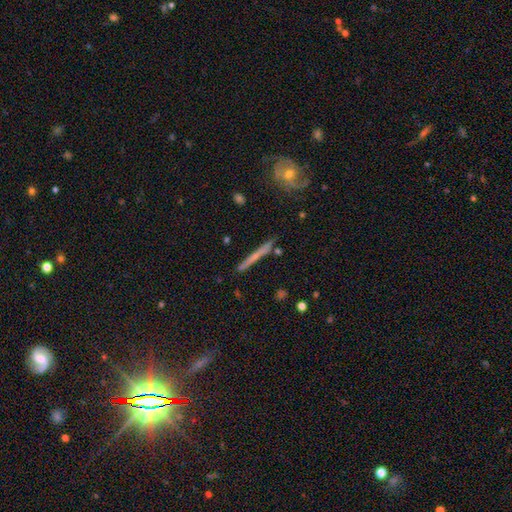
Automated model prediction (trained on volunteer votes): A featured or disk galaxy (57%) viewed edge-on (96%) with no central bulge (73%). Merging: none (88%).